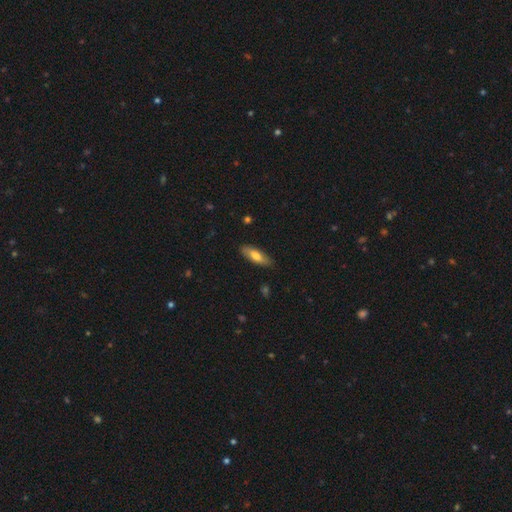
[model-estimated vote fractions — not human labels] Smooth or featured: smooth — 68% (featured or disk — 26%)
How rounded: in between — 63% (cigar-shaped — 35%)
Merging: none — 83% (minor disturbance — 13%)